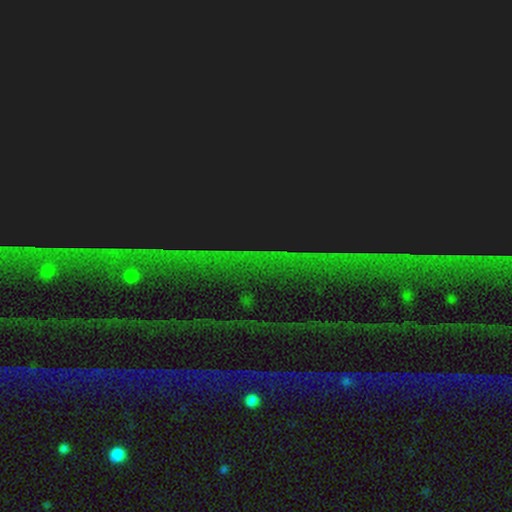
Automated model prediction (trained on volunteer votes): A star or artifact, not a galaxy (87%).